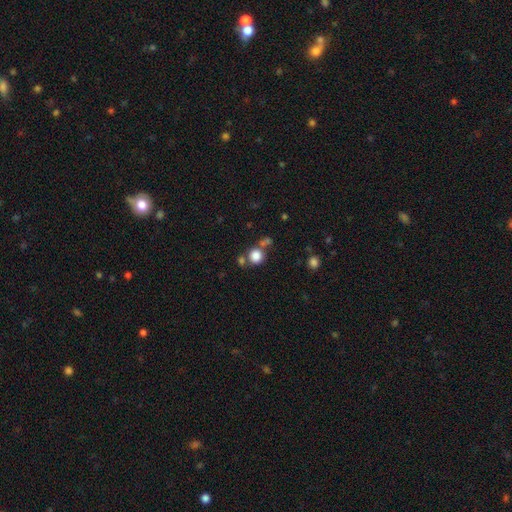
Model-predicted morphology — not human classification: A smooth galaxy with no disk features (82%) that is round (90%). Merging: none (62%).